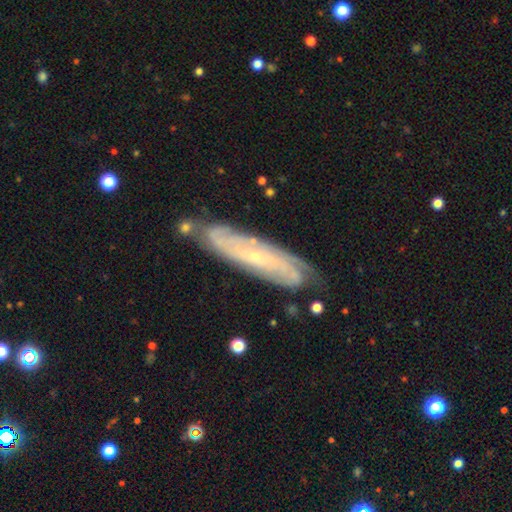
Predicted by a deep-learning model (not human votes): Overall: featured or disk (78%). Edge-on disk: no (72%). Bar: no (63%; weak 28%). Spiral arms: yes (93%). Spiral arm count: can't tell (46%; 2 23%). Spiral winding: tight (66%; medium 27%). Bulge size: small (81%). Merging: none (77%).